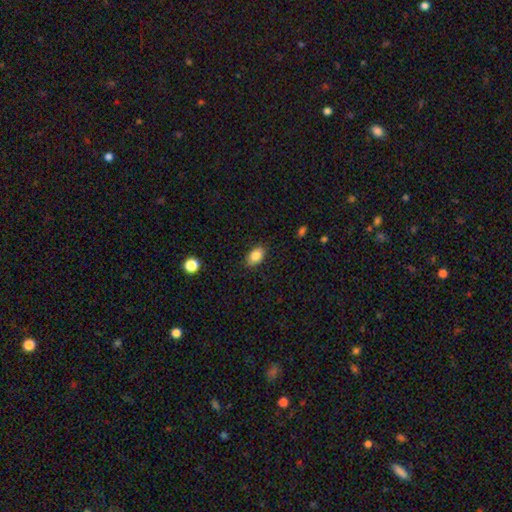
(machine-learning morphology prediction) Smooth or featured? smooth (85%)
How rounded? in between (88%)
Merging? none (85%)